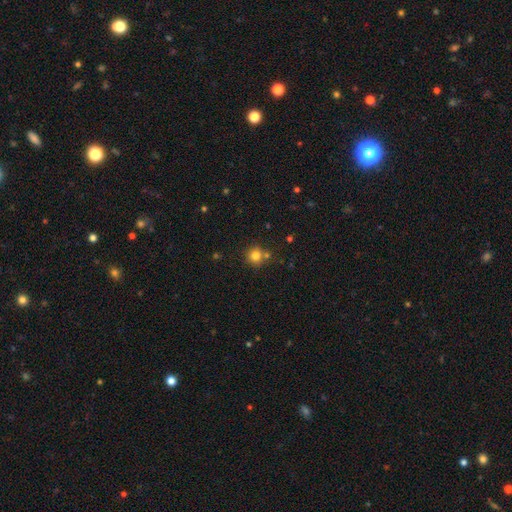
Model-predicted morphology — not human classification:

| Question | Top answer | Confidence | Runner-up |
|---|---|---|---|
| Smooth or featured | smooth | 80% | star or artifact (13%) |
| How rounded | round | 93% | in between (6%) |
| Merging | none | 73% | merger (15%) |